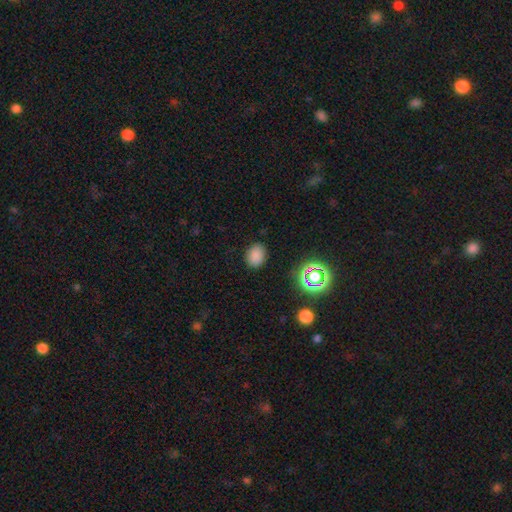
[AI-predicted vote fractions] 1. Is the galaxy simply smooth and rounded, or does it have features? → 79% smooth, 16% star or artifact, 5% featured or disk.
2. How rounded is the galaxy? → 57% in between, 42% round, 1% cigar-shaped.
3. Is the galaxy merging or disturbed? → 85% none, 11% minor disturbance, 3% major disturbance, 1% merger.